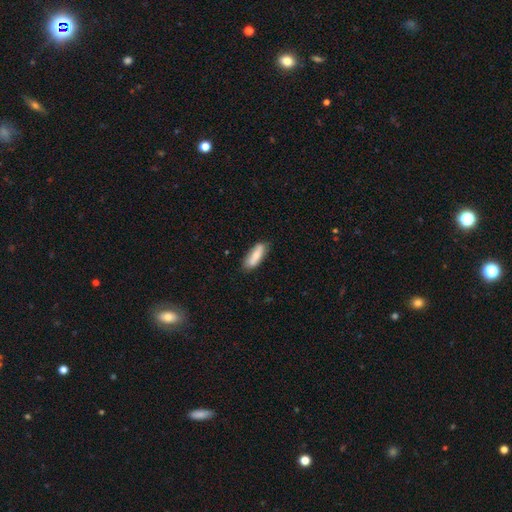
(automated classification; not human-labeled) Smooth or featured: smooth — 75% (featured or disk — 19%)
How rounded: in between — 56% (cigar-shaped — 42%)
Merging: none — 79% (minor disturbance — 16%)